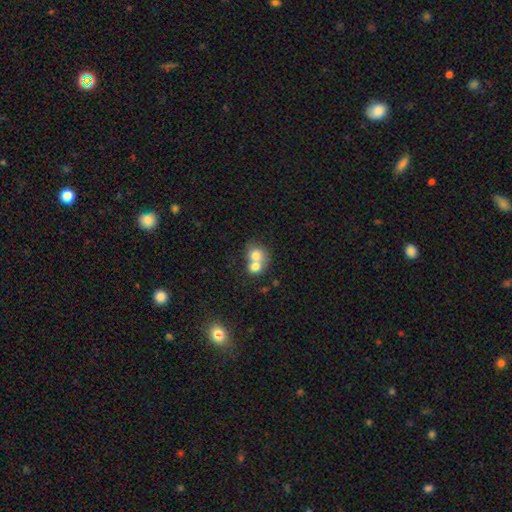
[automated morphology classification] A smooth galaxy with no disk features (71%) that is round (67%). Merging: merger (72%).